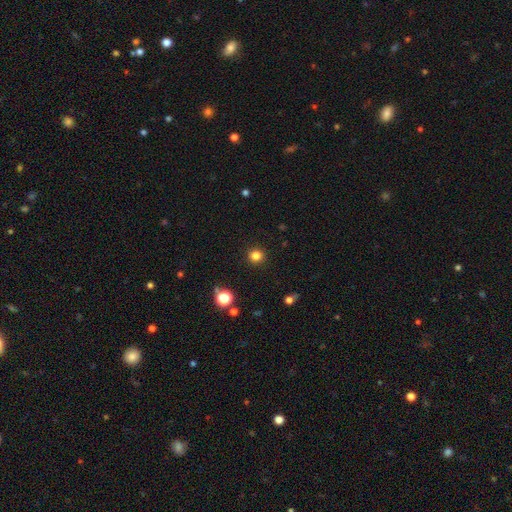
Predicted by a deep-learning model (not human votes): Smooth or featured?
  - smooth: 82% *
  - star or artifact: 14%
  - featured or disk: 4%
How rounded?
  - round: 93% *
  - in between: 6%
  - cigar-shaped: 1%
Merging?
  - none: 92% *
  - minor disturbance: 5%
  - major disturbance: 2%
  - merger: 1%